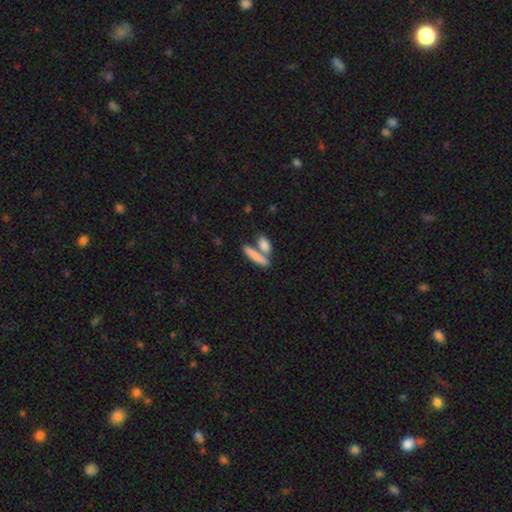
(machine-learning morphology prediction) Smooth or featured?
  - smooth: 79% *
  - featured or disk: 15%
  - star or artifact: 6%
How rounded?
  - cigar-shaped: 64% *
  - in between: 32%
  - round: 5%
Merging?
  - none: 51% *
  - merger: 36%
  - minor disturbance: 9%
  - major disturbance: 4%